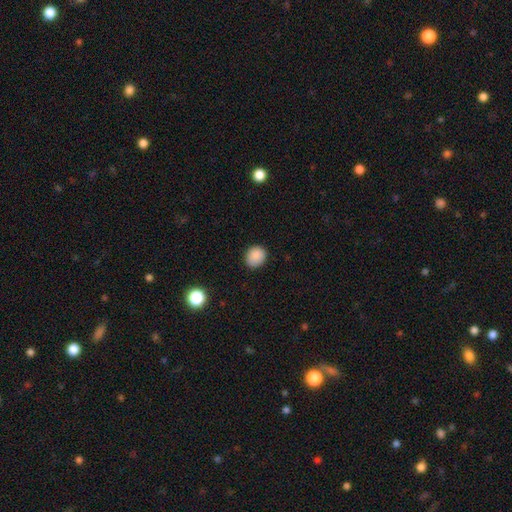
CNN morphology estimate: Smooth or featured: smooth — 88% (star or artifact — 9%)
How rounded: round — 70% (in between — 29%)
Merging: none — 85% (minor disturbance — 12%)